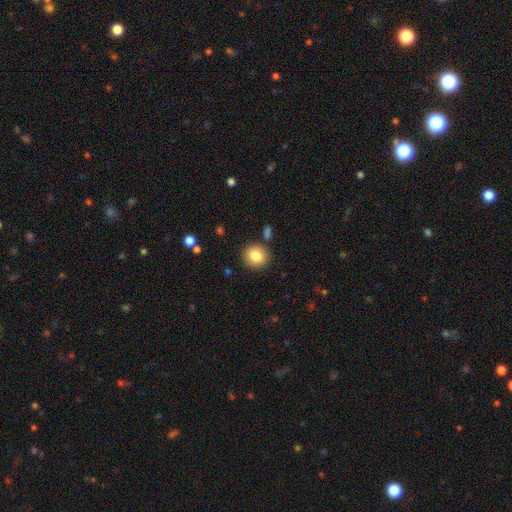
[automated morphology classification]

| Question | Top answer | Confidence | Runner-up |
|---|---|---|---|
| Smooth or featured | smooth | 83% | star or artifact (9%) |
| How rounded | round | 84% | in between (15%) |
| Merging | none | 86% | minor disturbance (8%) |